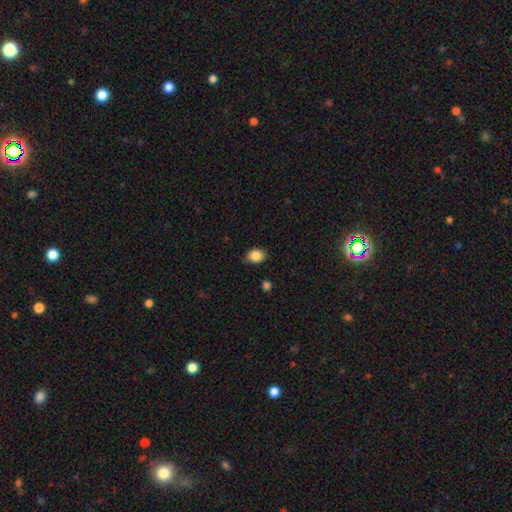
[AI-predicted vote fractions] A smooth galaxy with no disk features (86%) that is in between round and cigar-shaped (57%).

Vote fractions:
- Smooth or featured? smooth: 86% / star or artifact: 9% / featured or disk: 6%
- How rounded? in between: 57% / round: 42% / cigar-shaped: 1%
- Merging? none: 82% / minor disturbance: 14% / major disturbance: 3% / merger: 2%